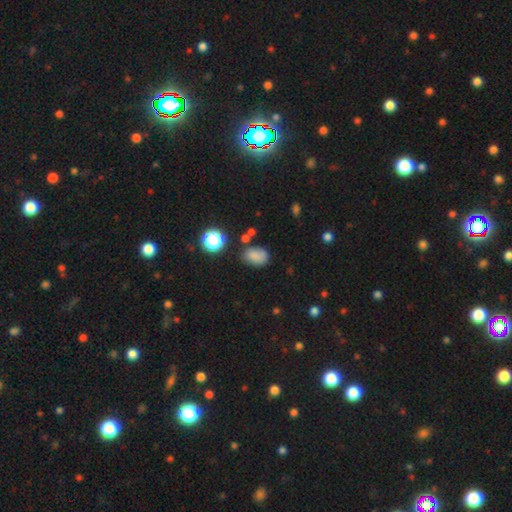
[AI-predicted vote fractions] smooth 79%, star or artifact 14%, featured or disk 6%. Down the decision tree: how rounded — in between (79%); merging — none (68%).